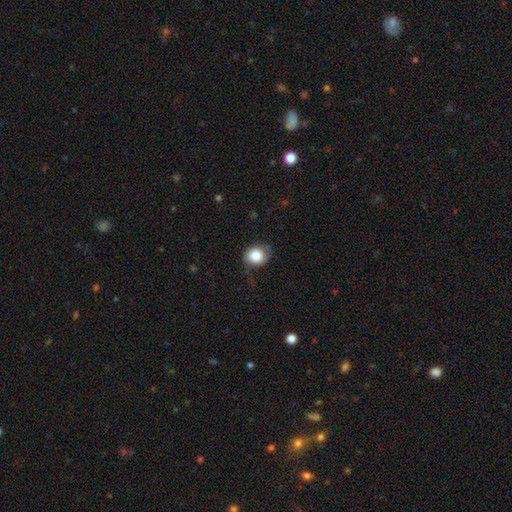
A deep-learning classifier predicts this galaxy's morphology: smooth_or_featured: smooth (p=0.79) [alt: featured or disk p=0.13]
how_rounded: round (p=0.74) [alt: in between p=0.26]
merging: none (p=0.61) [alt: minor disturbance p=0.27]